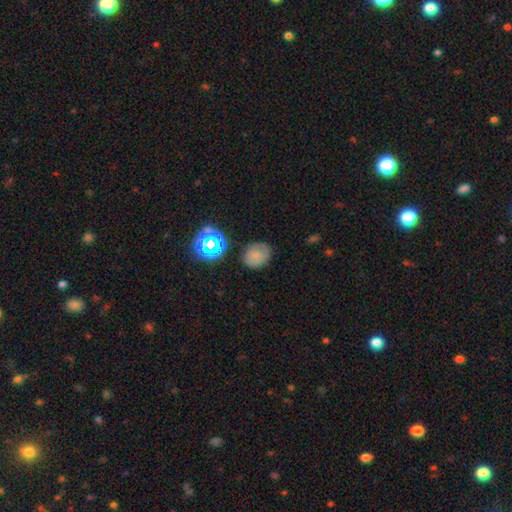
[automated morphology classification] smooth-or-featured: smooth: 65% | star or artifact: 18% | featured or disk: 17%
  how-rounded: round: 66% | in between: 33% | cigar-shaped: 1%
  merging: none: 74% | minor disturbance: 18% | major disturbance: 5% | merger: 3%